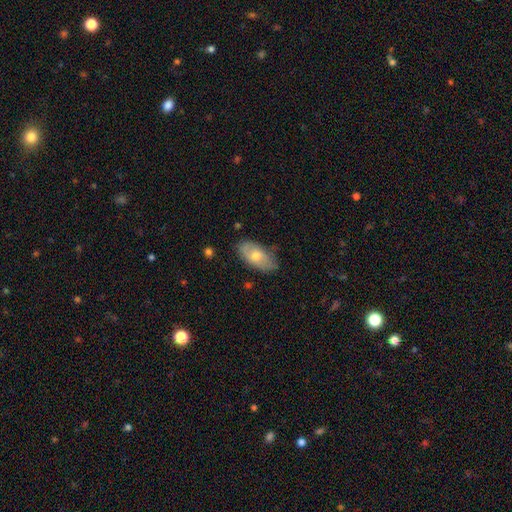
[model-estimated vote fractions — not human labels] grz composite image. It shows a smooth galaxy with no disk features (60%) that is in between round and cigar-shaped (92%). Merging: none (72%).